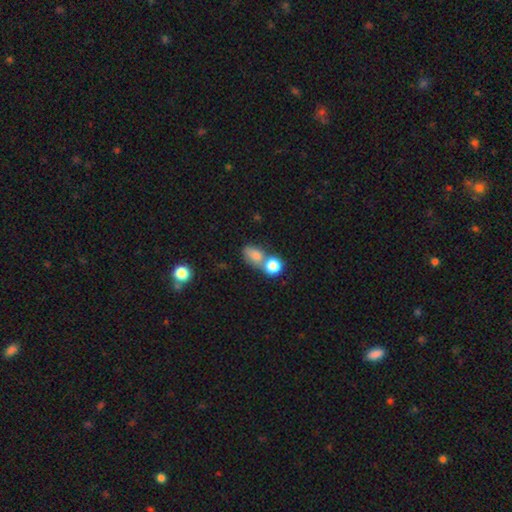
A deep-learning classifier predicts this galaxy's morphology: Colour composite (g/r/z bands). It shows a smooth galaxy with no disk features (79%) that is in between round and cigar-shaped (61%). Merging: merger (47%).